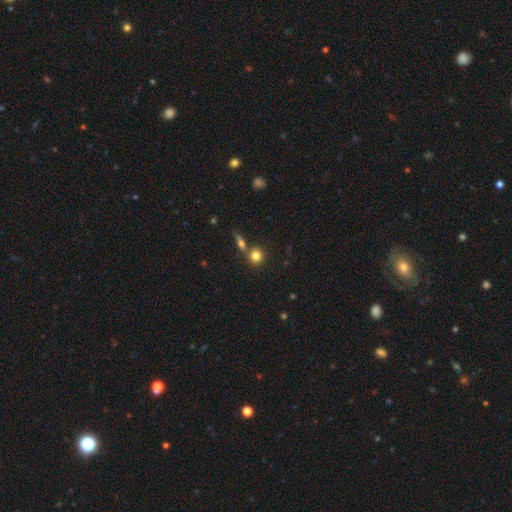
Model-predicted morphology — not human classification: type=smooth (79%); roundness=round (83%); merging=none (58%).